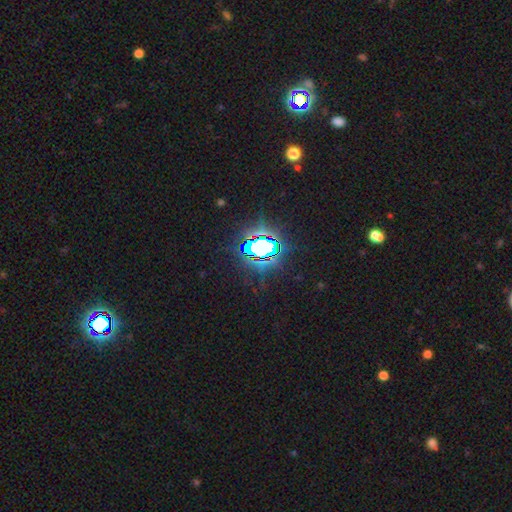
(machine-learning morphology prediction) A star or artifact, not a galaxy (79%).

Vote fractions:
- Smooth or featured? star or artifact: 79% / smooth: 12% / featured or disk: 9%